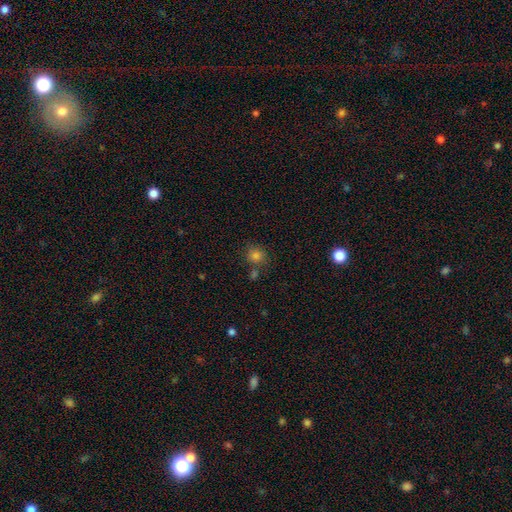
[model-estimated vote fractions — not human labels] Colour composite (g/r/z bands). It shows a smooth galaxy with no disk features (79%) that is round (88%). Merging: none (72%).